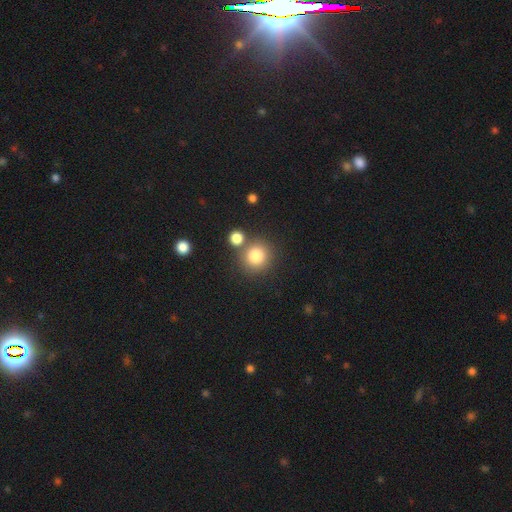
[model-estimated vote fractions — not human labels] smooth_or_featured: smooth (p=0.82) [alt: star or artifact p=0.11]
how_rounded: round (p=0.91) [alt: in between p=0.08]
merging: none (p=0.73) [alt: merger p=0.15]